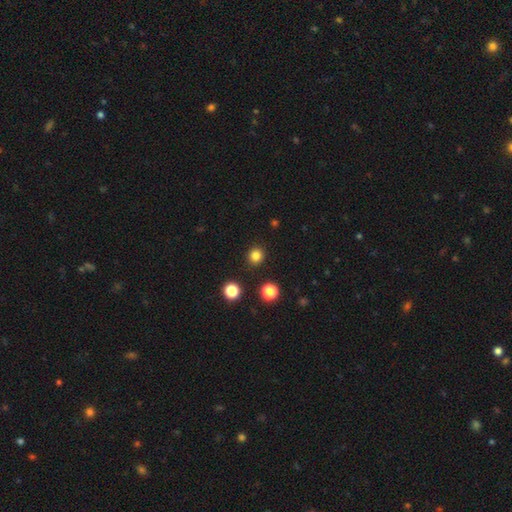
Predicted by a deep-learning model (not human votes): This is clearly a smooth galaxy (82%). How rounded: clearly round (91%). Merging: clearly none (91%).